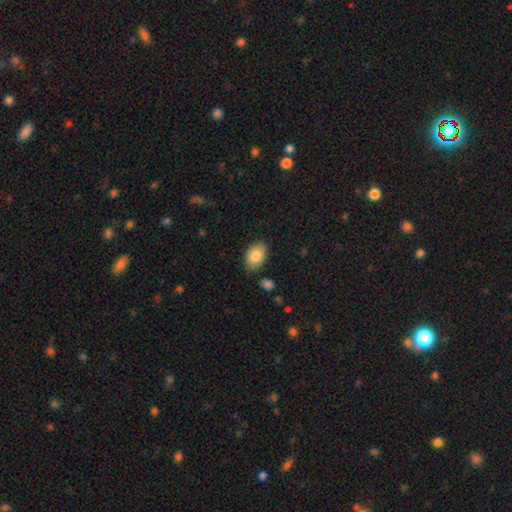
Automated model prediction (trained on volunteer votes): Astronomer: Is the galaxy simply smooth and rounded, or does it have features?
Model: smooth — 83%.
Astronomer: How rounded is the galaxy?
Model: in between — 85%.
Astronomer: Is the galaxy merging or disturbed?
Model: none — 83%.